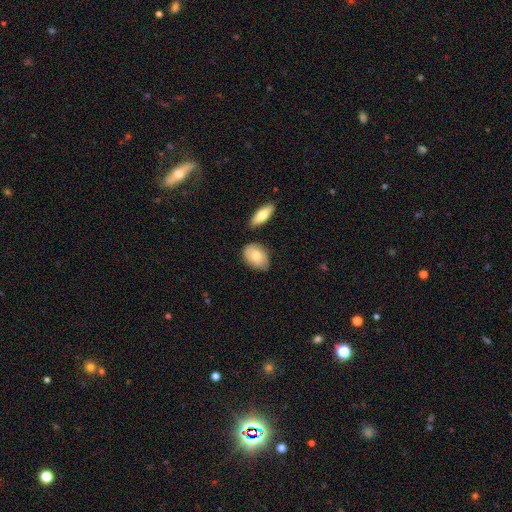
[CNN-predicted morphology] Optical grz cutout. It shows a smooth galaxy with no disk features (74%) that is in between round and cigar-shaped (84%). Merging: none (72%).